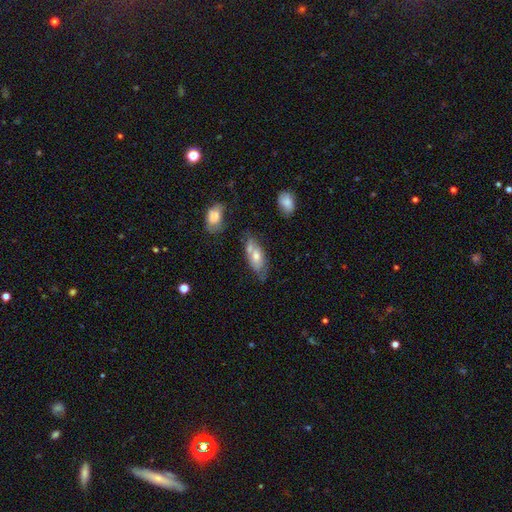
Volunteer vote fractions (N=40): A featured or disk galaxy (62%) with no bar (86%), no spiral arms (62%) and a moderate central bulge (43%). Merging: none (38%).